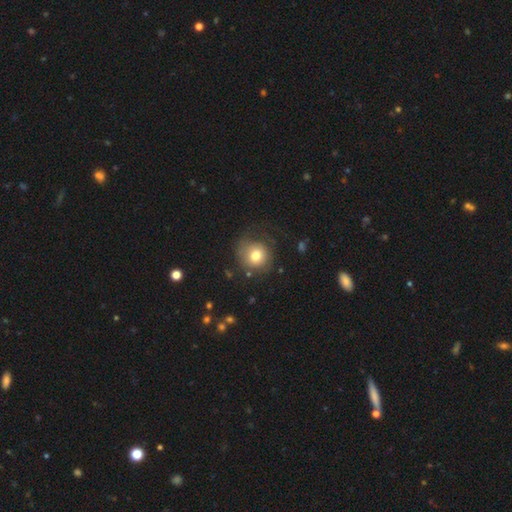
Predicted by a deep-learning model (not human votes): Overall: smooth (76%). How rounded: round (89%). Merging: none (65%).